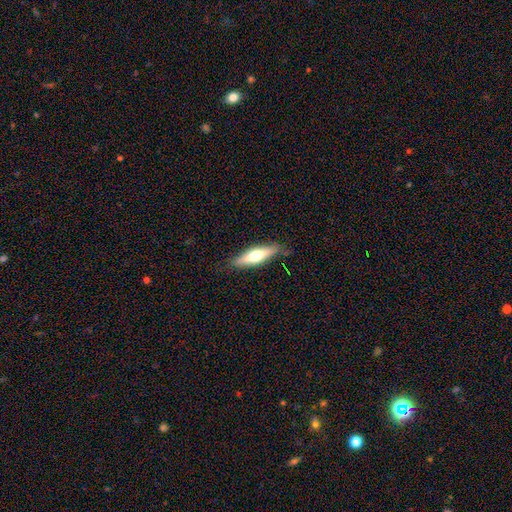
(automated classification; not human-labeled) The model was most divided on "smooth or featured" (2-way tie): smooth: 47%, featured or disk: 47%, star or artifact: 6%. More confident: merging — none (84%).